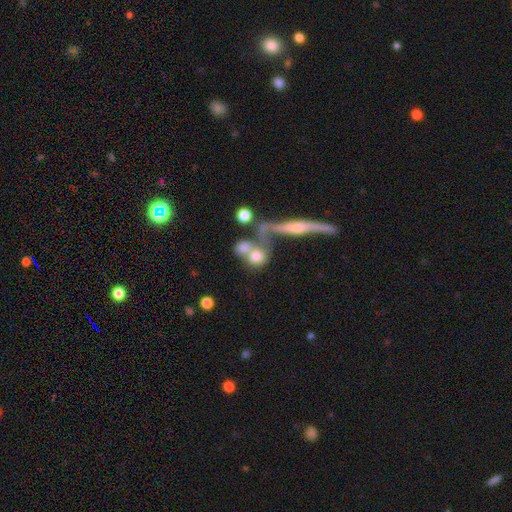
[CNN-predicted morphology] This appears to be a smooth galaxy with no disk features (70%) that is round (71%). Merging: merger (50%).